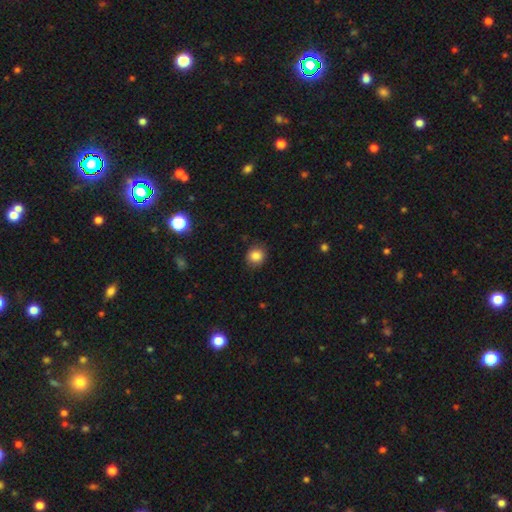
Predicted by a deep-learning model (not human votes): A smooth galaxy with no disk features (84%) that is round (84%). Merging: none (83%).